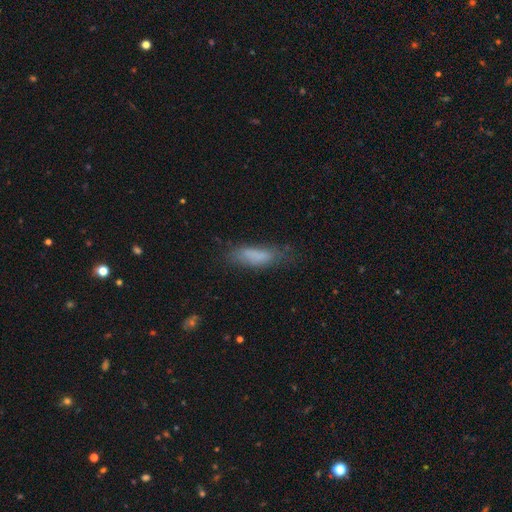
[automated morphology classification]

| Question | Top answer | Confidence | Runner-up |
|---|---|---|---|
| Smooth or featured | smooth | 76% | featured or disk (14%) |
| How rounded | in between | 51% | cigar-shaped (47%) |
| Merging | none | 60% | minor disturbance (26%) |